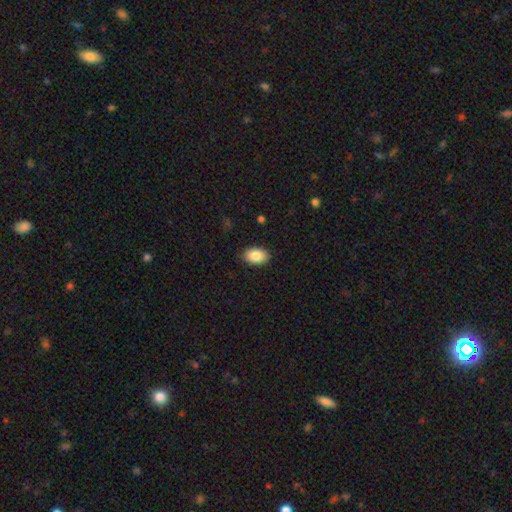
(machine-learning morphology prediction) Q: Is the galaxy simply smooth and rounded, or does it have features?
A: smooth — 87%.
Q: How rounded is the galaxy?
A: in between — 90%.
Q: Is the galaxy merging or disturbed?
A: none — 88%.